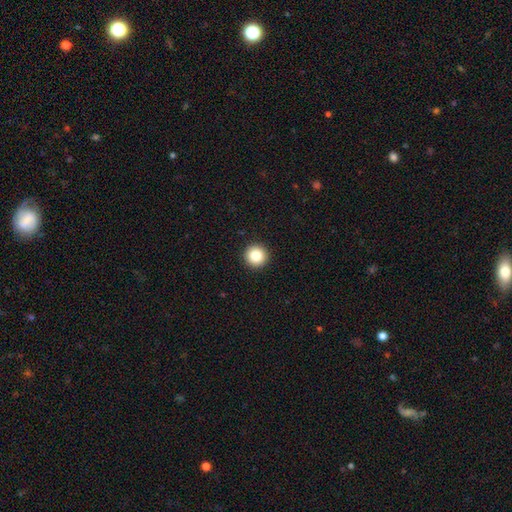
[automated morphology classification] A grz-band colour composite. It shows a smooth galaxy with no disk features (86%) that is round (96%). Merging: none (94%).